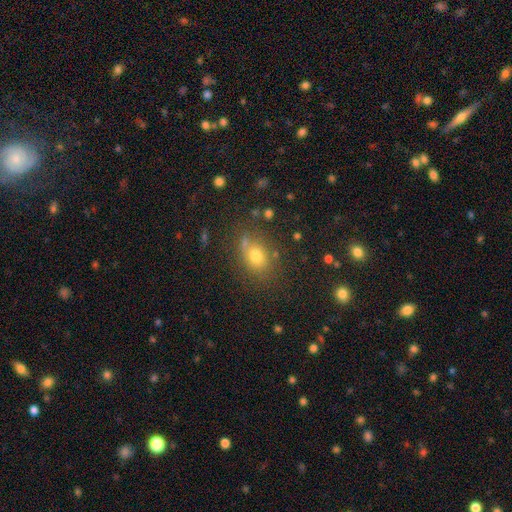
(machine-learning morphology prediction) smooth-or-featured: smooth: 70% | star or artifact: 18% | featured or disk: 12%
  how-rounded: in between: 54% | round: 44% | cigar-shaped: 2%
  merging: none: 71% | minor disturbance: 15% | merger: 8% | major disturbance: 5%